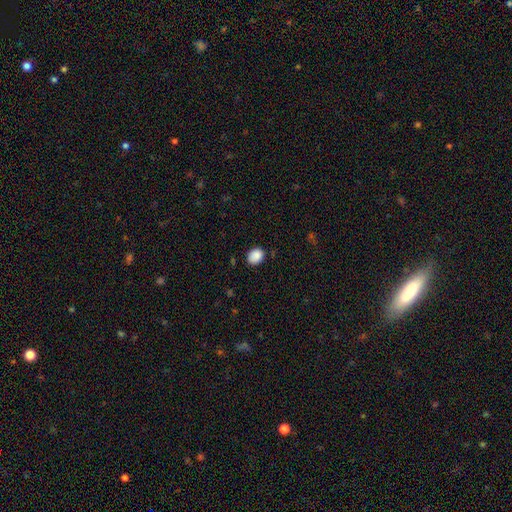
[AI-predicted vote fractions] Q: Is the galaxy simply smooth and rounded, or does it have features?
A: smooth — 89%.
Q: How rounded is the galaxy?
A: in between — 57%.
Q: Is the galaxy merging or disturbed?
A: none — 84%.